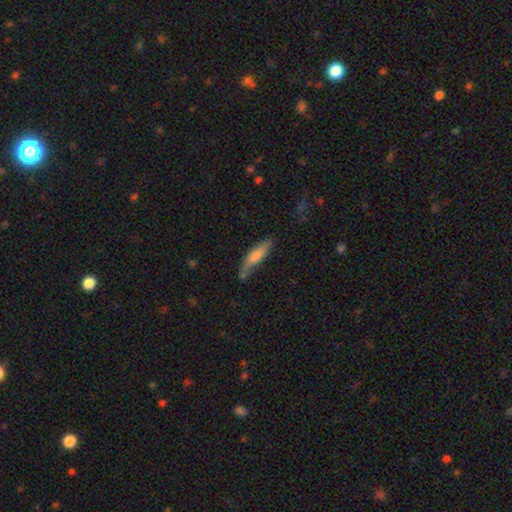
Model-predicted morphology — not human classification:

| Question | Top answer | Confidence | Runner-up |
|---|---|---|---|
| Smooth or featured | smooth | 66% | featured or disk (28%) |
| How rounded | cigar-shaped | 73% | in between (25%) |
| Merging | none | 57% | minor disturbance (28%) |